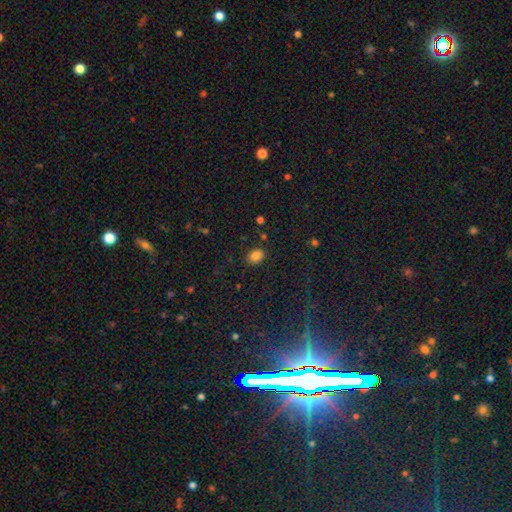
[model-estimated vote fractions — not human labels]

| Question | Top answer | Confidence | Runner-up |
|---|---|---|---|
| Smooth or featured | smooth | 83% | star or artifact (12%) |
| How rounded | in between | 66% | round (33%) |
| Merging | none | 83% | minor disturbance (12%) |